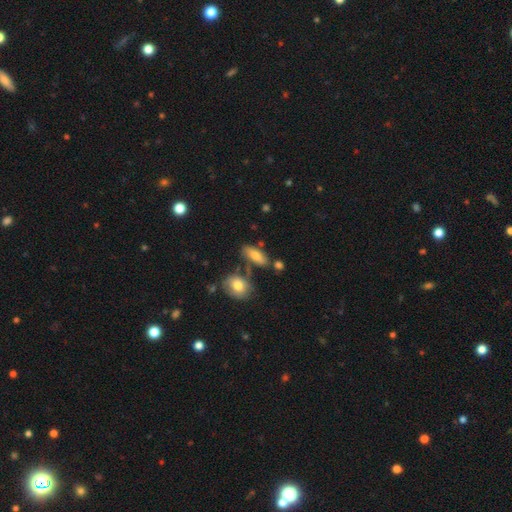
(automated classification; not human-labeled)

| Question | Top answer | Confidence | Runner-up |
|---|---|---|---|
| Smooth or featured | smooth | 74% | featured or disk (18%) |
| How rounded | in between | 74% | cigar-shaped (23%) |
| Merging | none | 63% | minor disturbance (17%) |